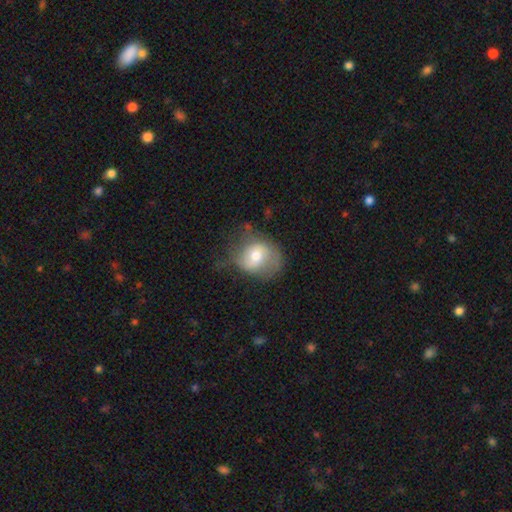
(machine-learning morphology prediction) This appears to be a smooth galaxy with no disk features (55%) that is round (62%). Merging: none (44%).